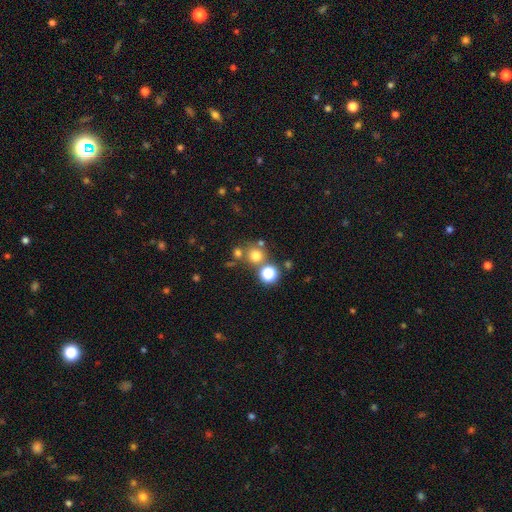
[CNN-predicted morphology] A smooth galaxy with no disk features (70%) that is round (91%). Merging: none (69%).